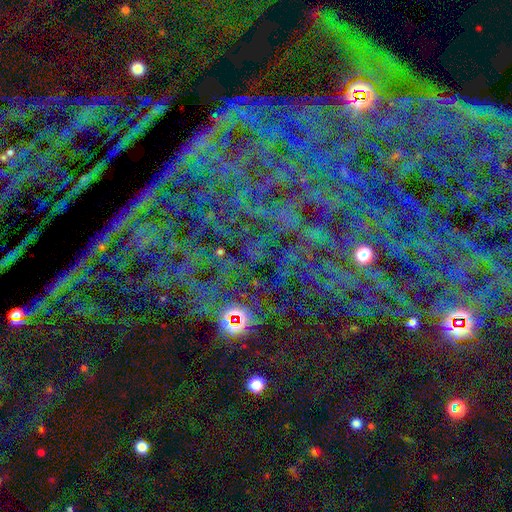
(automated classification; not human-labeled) A star or artifact, not a galaxy (80%).

Vote fractions:
- Smooth or featured? star or artifact: 80% / featured or disk: 10% / smooth: 10%